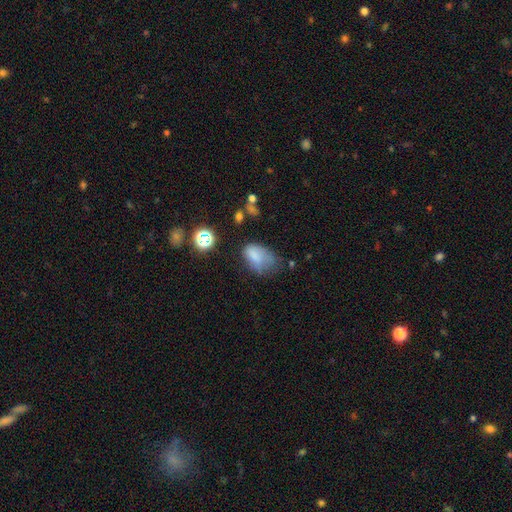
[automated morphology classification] Smooth or featured: smooth — 71% (featured or disk — 15%)
How rounded: in between — 85% (round — 13%)
Merging: minor disturbance — 36% (major disturbance — 30%)